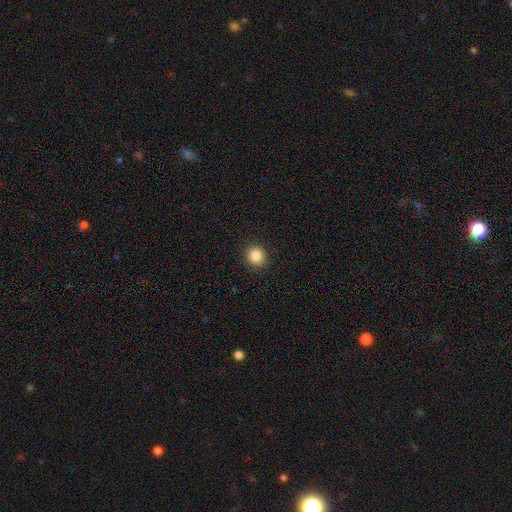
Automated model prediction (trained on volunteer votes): smooth 86%, star or artifact 10%, featured or disk 4%. Down the decision tree: how rounded — round (86%); merging — none (91%).